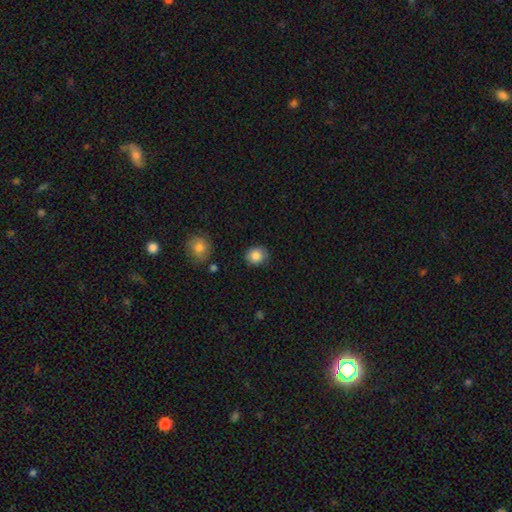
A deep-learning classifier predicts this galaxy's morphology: A smooth galaxy with no disk features (85%) that is round (78%). Merging: none (84%).